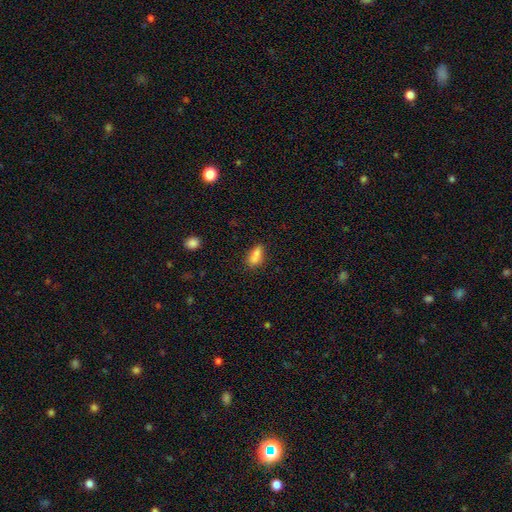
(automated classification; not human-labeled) Smooth or featured?
  - smooth: 80% *
  - featured or disk: 10%
  - star or artifact: 10%
How rounded?
  - in between: 70% *
  - cigar-shaped: 25%
  - round: 5%
Merging?
  - none: 57% *
  - minor disturbance: 22%
  - merger: 15%
  - major disturbance: 7%